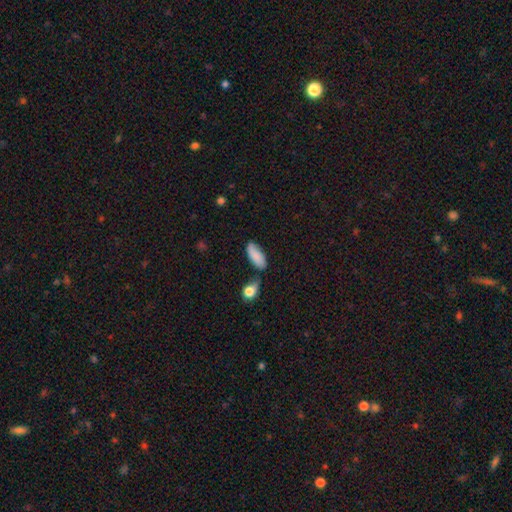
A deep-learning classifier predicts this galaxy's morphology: This appears to be a smooth galaxy with no disk features (83%) that is in between round and cigar-shaped (85%). Merging: none (59%).